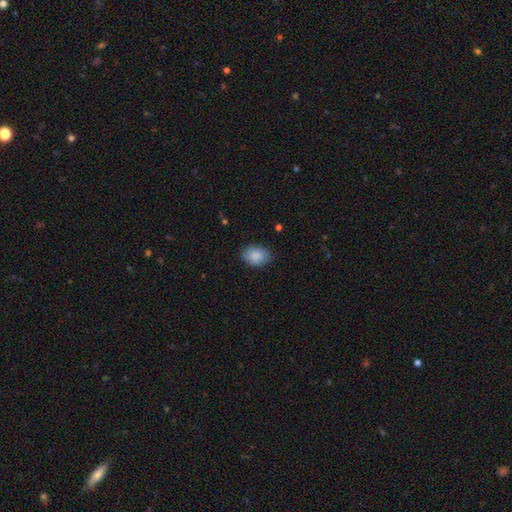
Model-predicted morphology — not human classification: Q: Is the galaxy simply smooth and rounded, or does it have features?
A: smooth — 88%.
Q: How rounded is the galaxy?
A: in between — 75%.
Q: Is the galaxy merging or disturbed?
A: none — 83%.